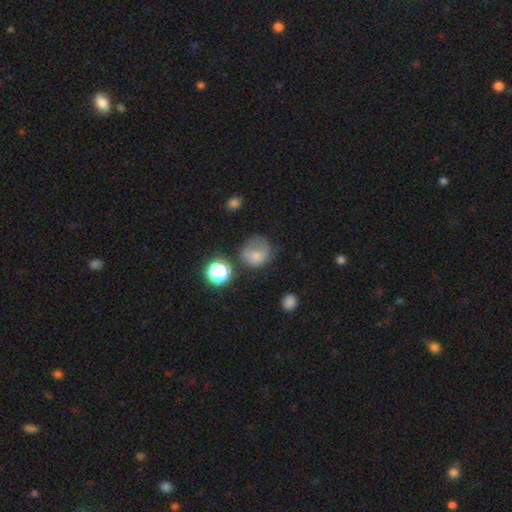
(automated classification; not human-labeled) smooth-or-featured: smooth: 71% | featured or disk: 15% | star or artifact: 14%
  how-rounded: round: 73% | in between: 26% | cigar-shaped: 1%
  merging: none: 42% | minor disturbance: 29% | major disturbance: 24% | merger: 5%